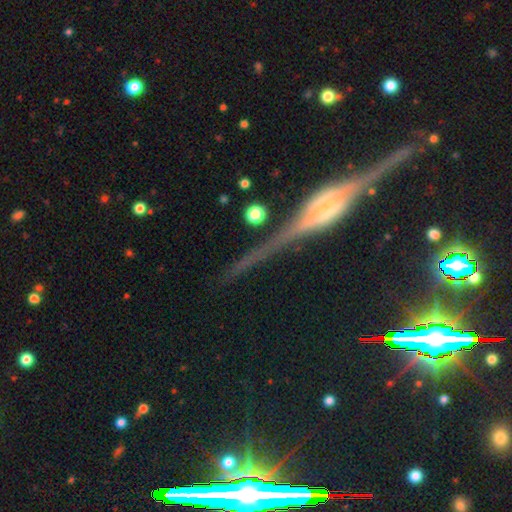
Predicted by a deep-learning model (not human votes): This is clearly a featured or disk galaxy (81%). It is clearly viewed edge-on (93%). Edge-on bulge: possibly rounded (51%). Merging: likely none (77%).